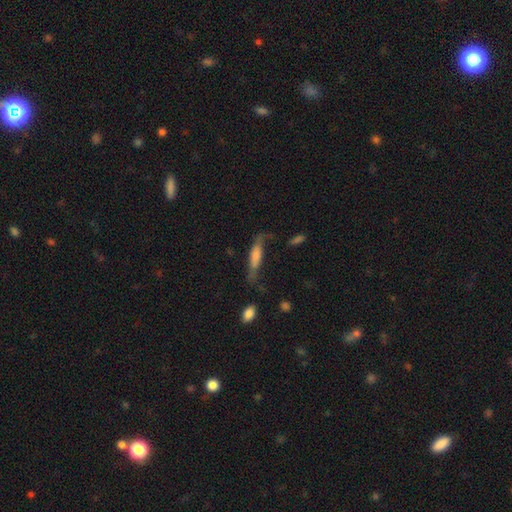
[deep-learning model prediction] Q: Smooth or featured?
A: featured or disk (45%); runner-up: smooth (43%)
Q: Merging?
A: none (47%); runner-up: minor disturbance (25%)